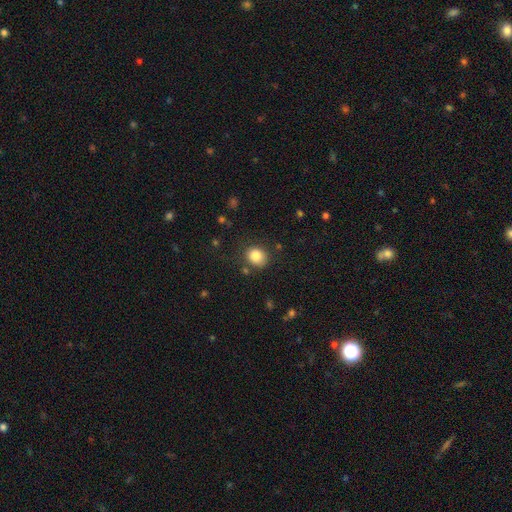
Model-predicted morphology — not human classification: Smooth or featured? Predicted: smooth (p=0.84). How rounded? Predicted: round (p=0.68). Merging? Predicted: none (p=0.79).